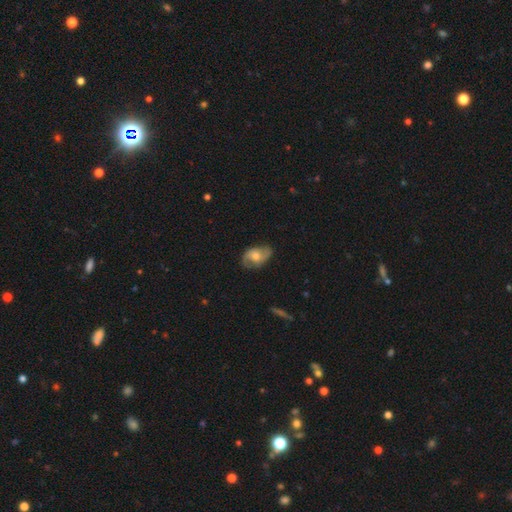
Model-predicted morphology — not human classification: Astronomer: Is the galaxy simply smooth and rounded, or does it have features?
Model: featured or disk — 66%.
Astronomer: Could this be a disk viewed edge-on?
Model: no — 95%.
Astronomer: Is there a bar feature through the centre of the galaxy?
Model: no — 64%.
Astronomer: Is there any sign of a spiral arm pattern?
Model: yes — 89%.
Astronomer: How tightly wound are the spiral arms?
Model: medium — 44% (runner-up: loose, 35%).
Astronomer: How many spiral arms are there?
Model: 2 — 84%.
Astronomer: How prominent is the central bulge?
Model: moderate — 60%.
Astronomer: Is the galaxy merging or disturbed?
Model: none — 72%.